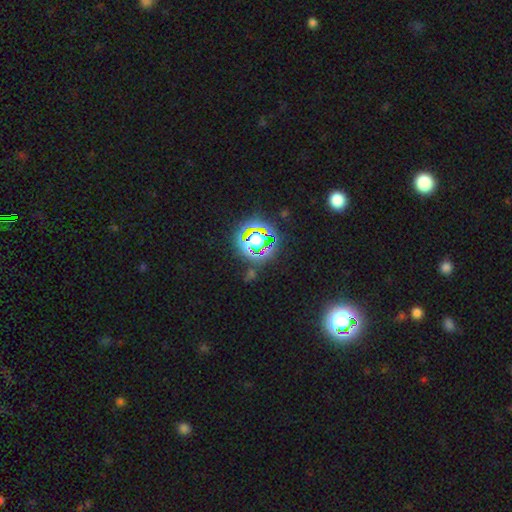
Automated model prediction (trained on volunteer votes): Smooth or featured?
  - star or artifact: 77% *
  - smooth: 16%
  - featured or disk: 7%